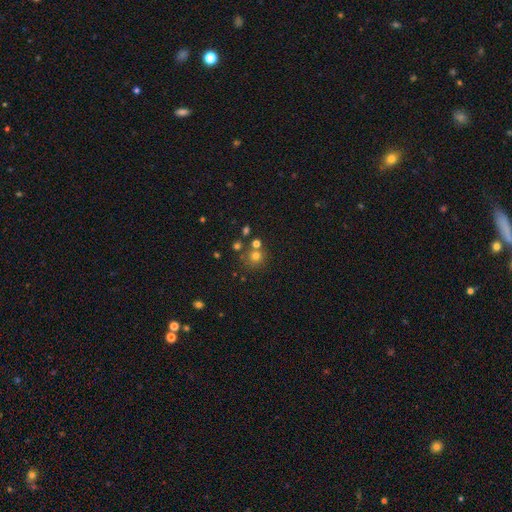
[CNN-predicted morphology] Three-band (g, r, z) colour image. It shows a smooth galaxy with no disk features (69%) that is round (90%). Merging: none (68%).